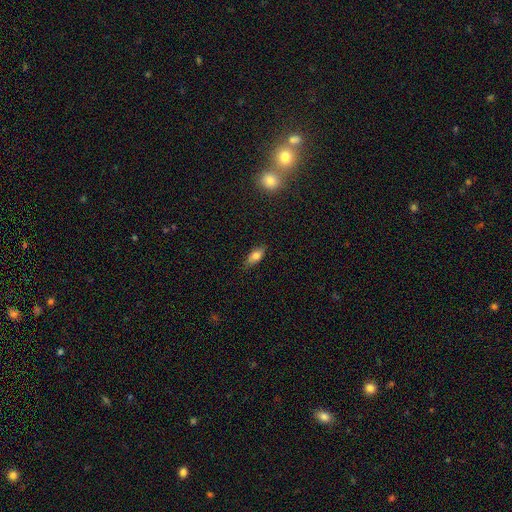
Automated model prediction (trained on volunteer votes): smooth_or_featured: smooth (p=0.75) [alt: featured or disk p=0.16]
how_rounded: in between (p=0.78) [alt: cigar-shaped p=0.18]
merging: none (p=0.78) [alt: minor disturbance p=0.18]